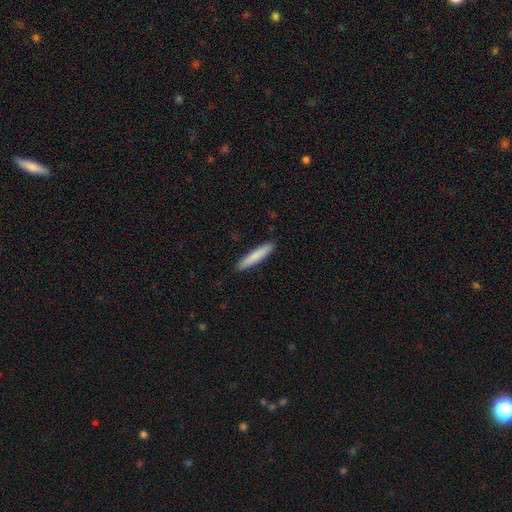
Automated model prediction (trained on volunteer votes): smooth_or_featured: smooth (p=0.83) [alt: featured or disk p=0.12]
how_rounded: cigar-shaped (p=0.91) [alt: in between p=0.07]
merging: none (p=0.91) [alt: minor disturbance p=0.07]